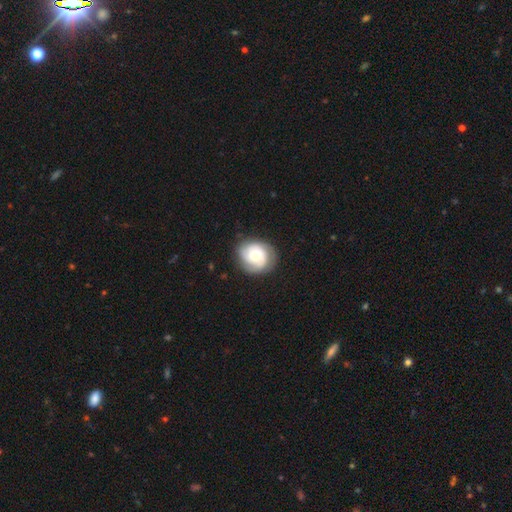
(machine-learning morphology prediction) smooth-or-featured: featured or disk: 66% | smooth: 28% | star or artifact: 6%
  disk-edge-on: no: 98% | yes: 2%
    bar: no: 77% | weak: 20% | strong: 4%
    has-spiral-arms: yes: 91% | no: 9%
      spiral-winding: tight: 62% | medium: 30% | loose: 9%
      spiral-arm-count: 2: 32% (tied) | 3: 32% (tied) | can't tell: 23% | 1: 5% | 4: 5% | more than 4: 4%
    bulge-size: moderate: 58% | small: 30% | large: 9% | dominant: 2% | none: 1%
  merging: none: 76% | minor disturbance: 17% | major disturbance: 6% | merger: 1%